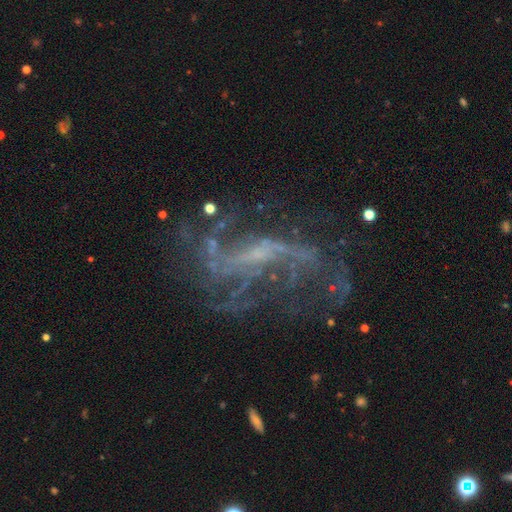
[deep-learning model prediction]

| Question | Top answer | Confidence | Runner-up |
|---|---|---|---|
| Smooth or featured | featured or disk | 79% | star or artifact (14%) |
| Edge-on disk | no | 93% | yes (7%) |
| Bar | weak | 41% | strong (30%) |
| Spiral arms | yes | 80% | no (20%) |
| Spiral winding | loose | 61% | medium (27%) |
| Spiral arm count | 2 | 40% | can't tell (29%) |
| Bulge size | small | 52% | none (34%) |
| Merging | none | 53% | major disturbance (26%) |